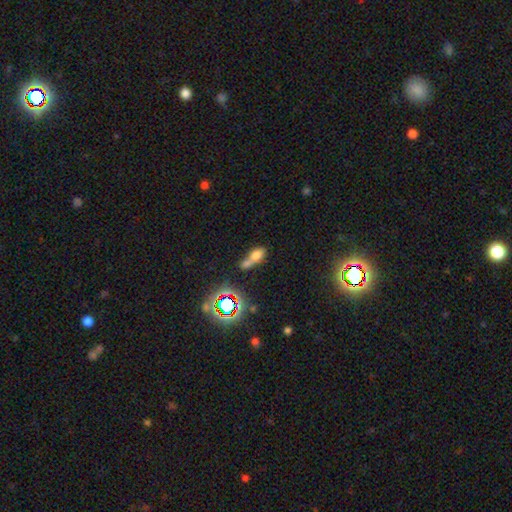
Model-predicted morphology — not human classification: Q: Smooth or featured?
A: smooth (65%); runner-up: star or artifact (19%)
Q: How rounded?
A: in between (74%); runner-up: round (18%)
Q: Merging?
A: merger (59%); runner-up: none (24%)